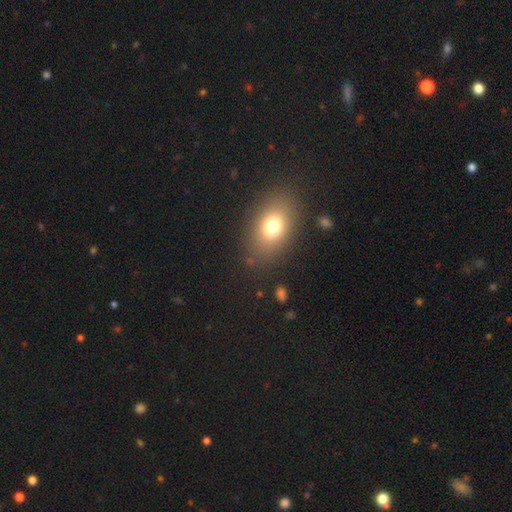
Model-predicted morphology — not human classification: Smooth or featured? Predicted: smooth (p=0.71). How rounded? Predicted: in between (p=0.78). Merging? Predicted: none (p=0.86).